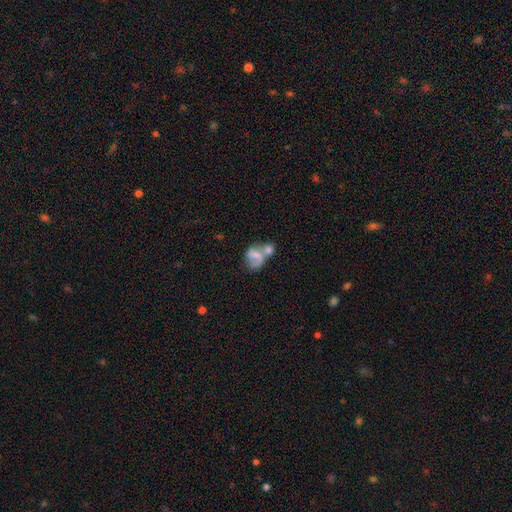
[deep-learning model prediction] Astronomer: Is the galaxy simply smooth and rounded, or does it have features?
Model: smooth — 48% (runner-up: featured or disk, 42%).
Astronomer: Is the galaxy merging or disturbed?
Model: merger — 56%.